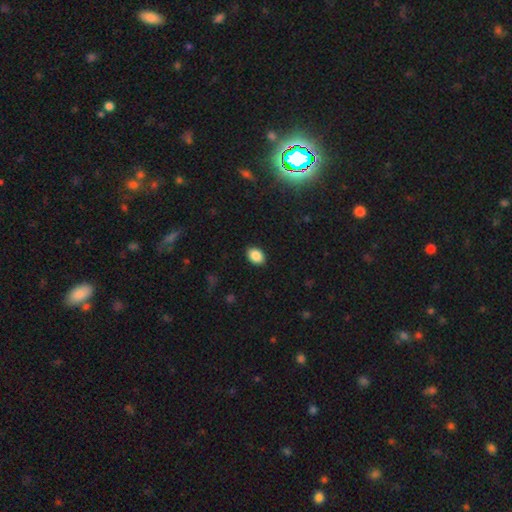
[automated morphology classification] The model was most divided on "how rounded": in between: 81%, round: 18%, cigar-shaped: 1%. More confident: merging — none (90%); smooth or featured — smooth (87%).